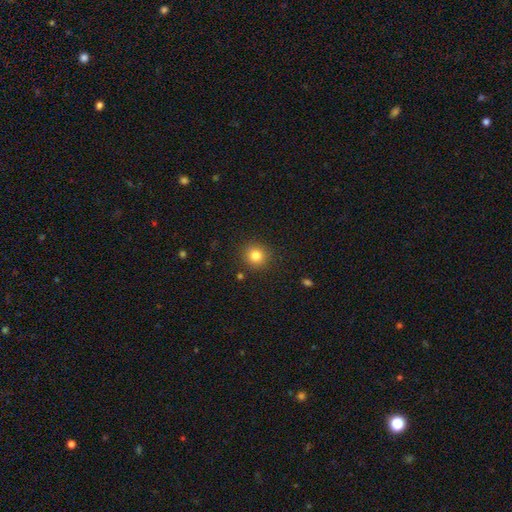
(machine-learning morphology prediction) smooth-or-featured: smooth: 82% | star or artifact: 12% | featured or disk: 6%
  how-rounded: round: 92% | in between: 7% | cigar-shaped: 1%
  merging: none: 90% | minor disturbance: 6% | major disturbance: 2% | merger: 2%